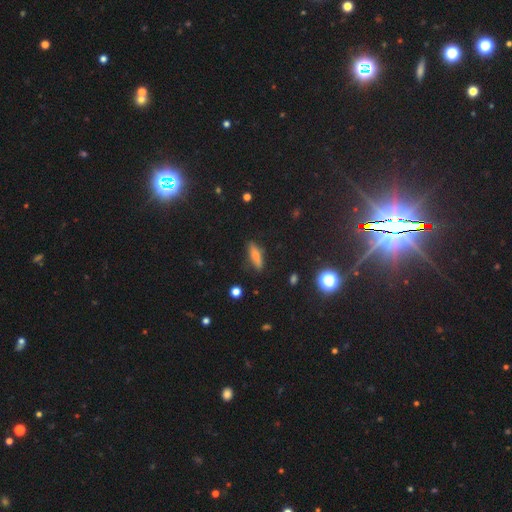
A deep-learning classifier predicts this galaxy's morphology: This is possibly a smooth galaxy (60%). How rounded: likely cigar-shaped (61%). Merging: clearly none (83%).